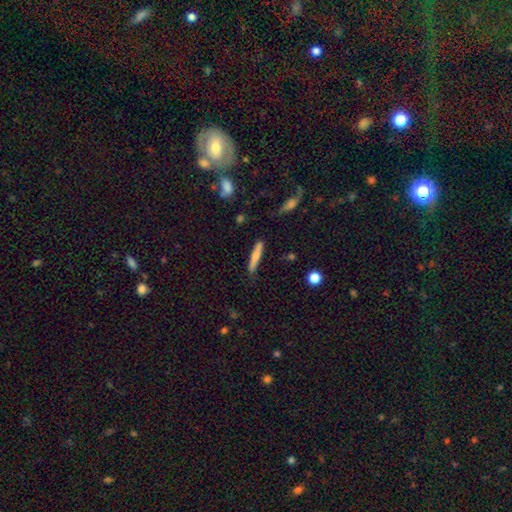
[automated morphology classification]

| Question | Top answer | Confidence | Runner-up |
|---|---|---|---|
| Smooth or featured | smooth | 67% | featured or disk (27%) |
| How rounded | cigar-shaped | 91% | in between (7%) |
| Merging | none | 82% | minor disturbance (13%) |